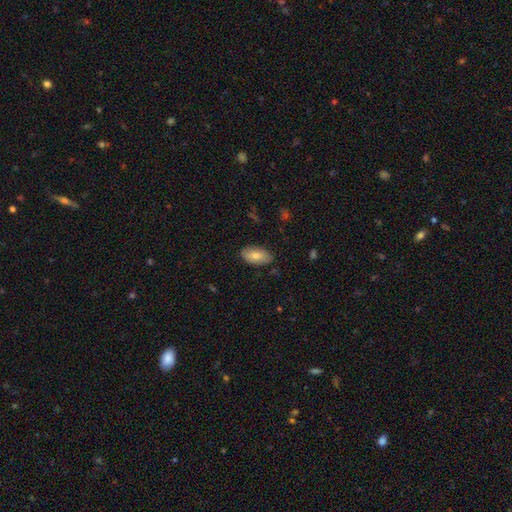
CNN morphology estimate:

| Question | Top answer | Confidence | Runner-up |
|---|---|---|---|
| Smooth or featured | smooth | 77% | featured or disk (17%) |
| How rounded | in between | 94% | round (3%) |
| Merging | none | 83% | minor disturbance (13%) |